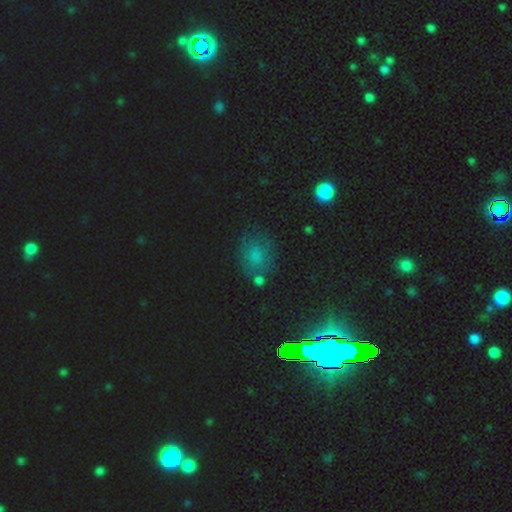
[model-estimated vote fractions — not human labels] This appears to be a smooth galaxy with no disk features (50%) that is round (60%). Merging: none (66%).